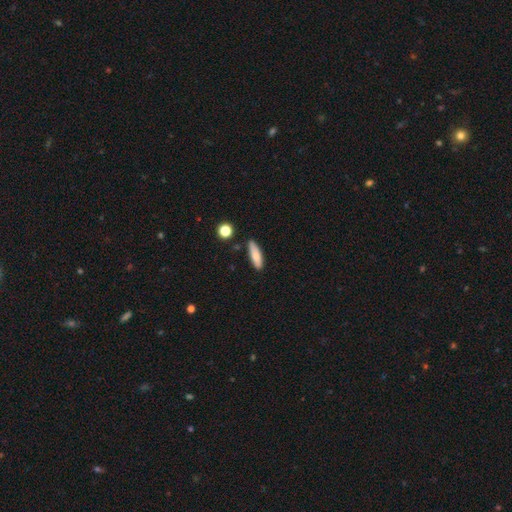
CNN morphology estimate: A smooth galaxy with no disk features (78%) that is cigar-shaped (54%).

Vote fractions:
- Smooth or featured? smooth: 78% / featured or disk: 15% / star or artifact: 7%
- How rounded? cigar-shaped: 54% / in between: 43% / round: 2%
- Merging? none: 79% / minor disturbance: 15% / merger: 3% / major disturbance: 3%